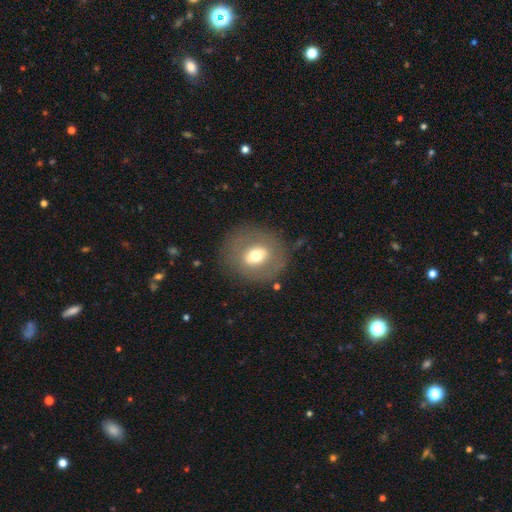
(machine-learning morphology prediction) This appears to be a smooth galaxy with no disk features (55%) that is round (70%). Merging: none (79%).